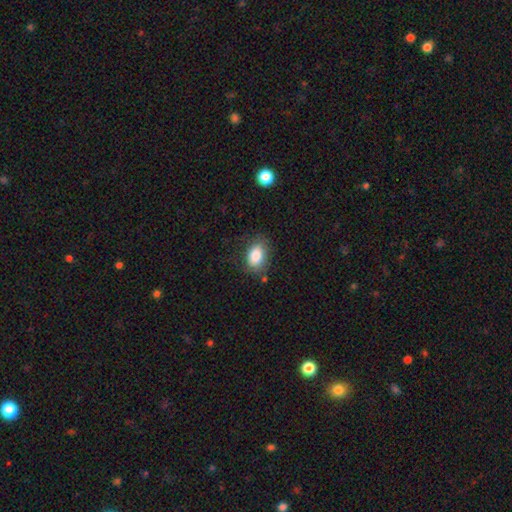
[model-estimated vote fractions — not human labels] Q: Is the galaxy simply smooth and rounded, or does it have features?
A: smooth — 84%.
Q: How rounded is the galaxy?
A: in between — 85%.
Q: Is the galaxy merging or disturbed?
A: none — 73%.